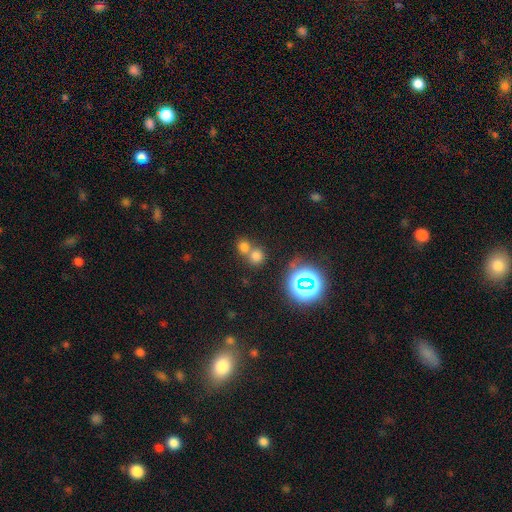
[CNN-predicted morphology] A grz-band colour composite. It shows a smooth galaxy with no disk features (66%) that is round (87%). Merging: none (49%).